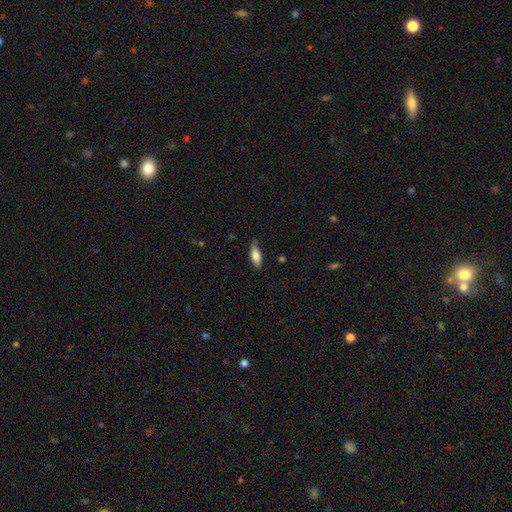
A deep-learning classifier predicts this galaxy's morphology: This appears to be a smooth galaxy with no disk features (75%) that is in between round and cigar-shaped (68%). Merging: none (68%).